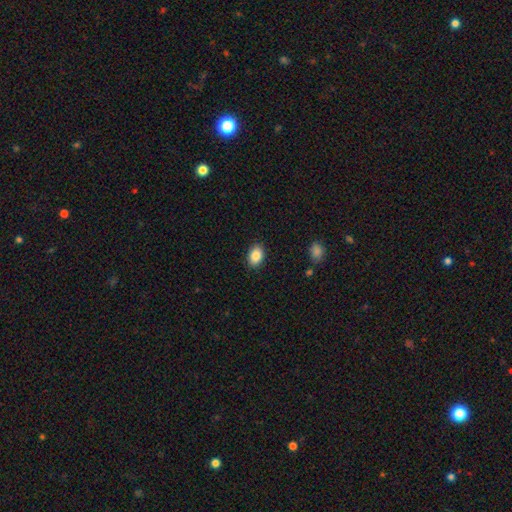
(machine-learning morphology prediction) smooth 87%, star or artifact 8%, featured or disk 5%. Down the decision tree: how rounded — in between (81%); merging — none (88%).